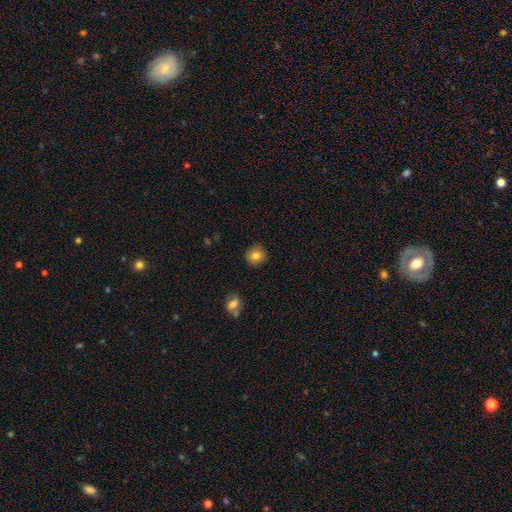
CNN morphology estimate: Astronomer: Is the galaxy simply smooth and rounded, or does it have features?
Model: smooth — 82%.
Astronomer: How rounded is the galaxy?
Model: round — 90%.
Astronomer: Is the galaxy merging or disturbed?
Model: none — 90%.